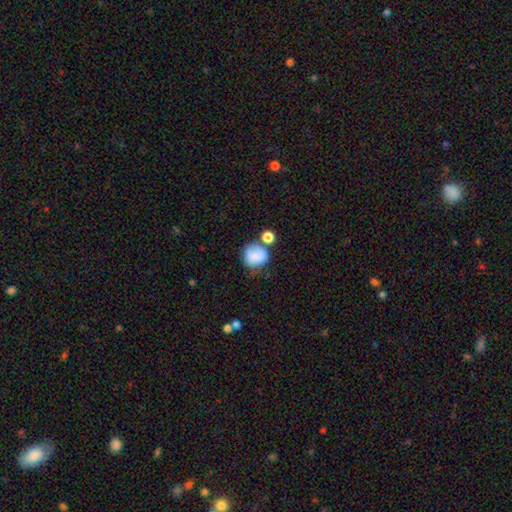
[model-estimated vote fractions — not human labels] Overall: smooth (78%). How rounded: round (75%). Merging: none (42%; minor disturbance 23%).